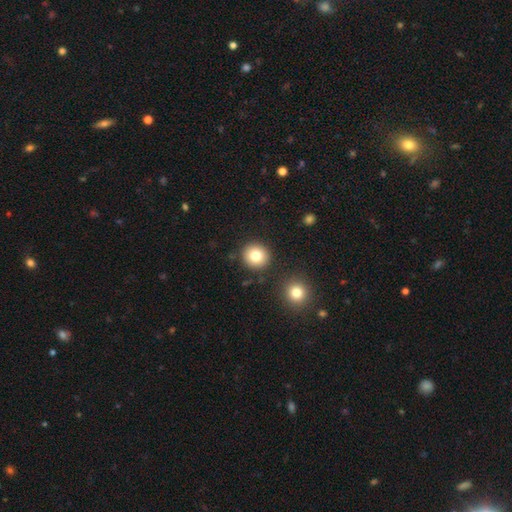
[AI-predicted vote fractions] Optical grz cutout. It shows a smooth galaxy with no disk features (80%) that is round (92%). Merging: none (88%).